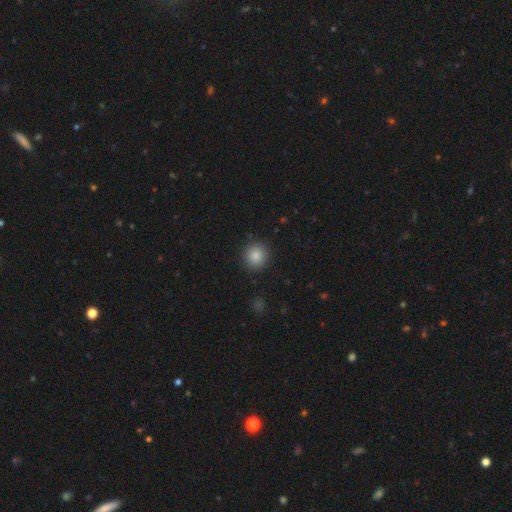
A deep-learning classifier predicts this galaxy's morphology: Smooth or featured? smooth (86%)
How rounded? round (89%)
Merging? none (90%)